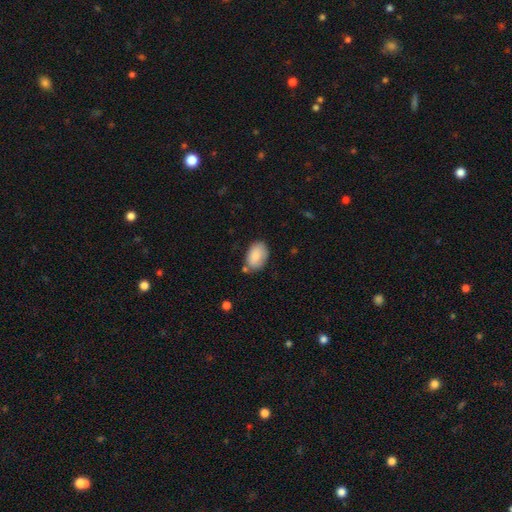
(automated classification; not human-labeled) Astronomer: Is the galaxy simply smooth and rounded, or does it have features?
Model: smooth — 87%.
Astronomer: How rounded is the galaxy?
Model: in between — 91%.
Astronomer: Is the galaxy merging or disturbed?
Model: none — 70%.